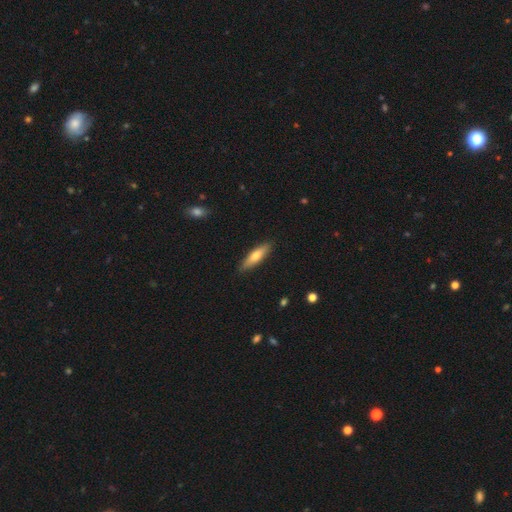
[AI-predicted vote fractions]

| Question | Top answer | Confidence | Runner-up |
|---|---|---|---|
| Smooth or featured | smooth | 63% | featured or disk (31%) |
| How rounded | cigar-shaped | 66% | in between (32%) |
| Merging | none | 88% | minor disturbance (9%) |